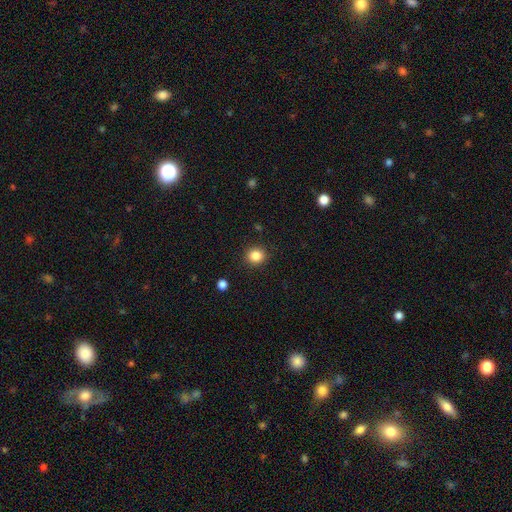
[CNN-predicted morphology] Smooth or featured: smooth — 85% (star or artifact — 11%)
How rounded: round — 85% (in between — 15%)
Merging: none — 91% (minor disturbance — 6%)